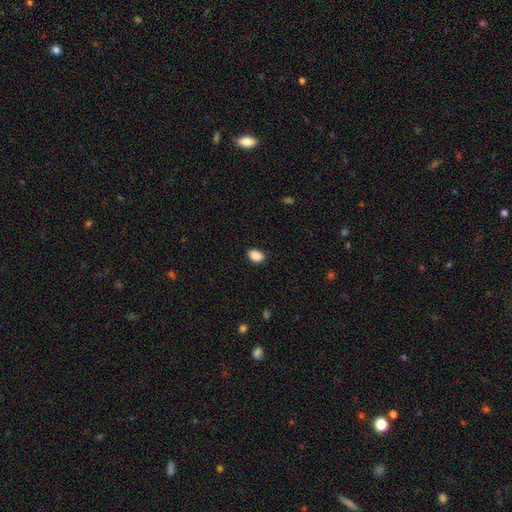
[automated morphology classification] Smooth or featured? smooth (89%)
How rounded? in between (80%)
Merging? none (86%)